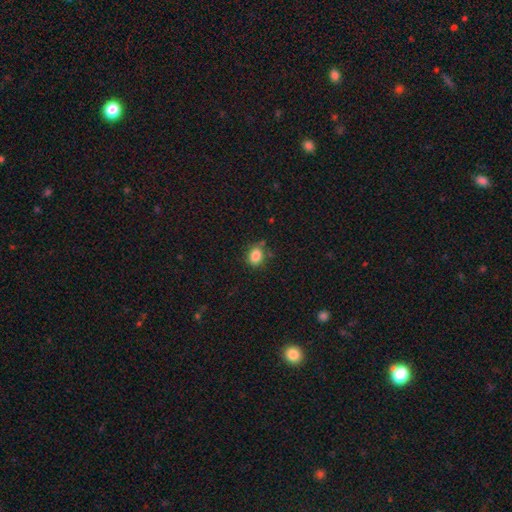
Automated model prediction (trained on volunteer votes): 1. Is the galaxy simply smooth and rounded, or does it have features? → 85% smooth, 10% star or artifact, 5% featured or disk.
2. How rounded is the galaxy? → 55% in between, 44% round, 1% cigar-shaped.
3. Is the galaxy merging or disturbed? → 74% none, 18% minor disturbance, 4% major disturbance, 4% merger.